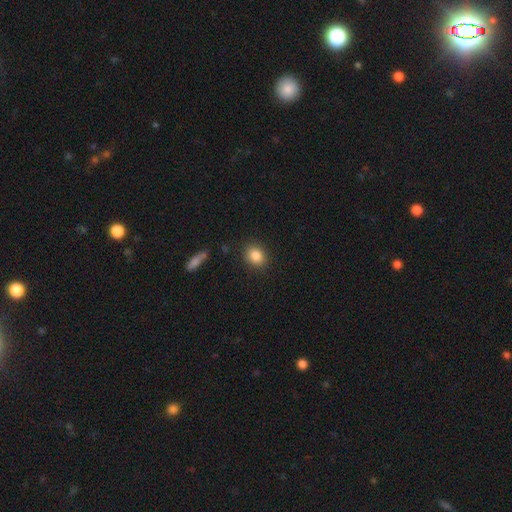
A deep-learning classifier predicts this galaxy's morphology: A smooth galaxy with no disk features (85%) that is round (58%).

Vote fractions:
- Smooth or featured? smooth: 85% / star or artifact: 9% / featured or disk: 5%
- How rounded? round: 58% / in between: 41% / cigar-shaped: 1%
- Merging? none: 87% / minor disturbance: 9% / major disturbance: 3% / merger: 2%